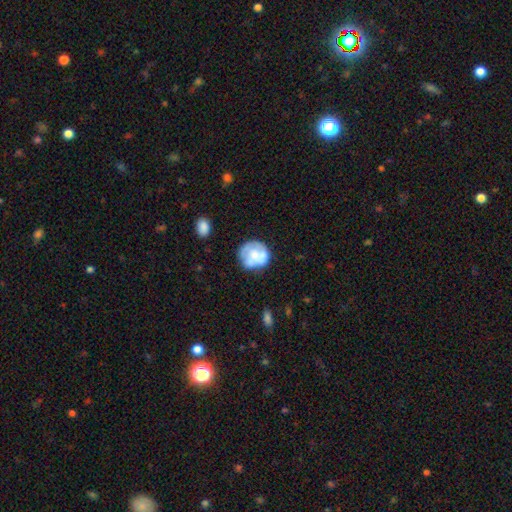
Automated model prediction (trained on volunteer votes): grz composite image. It shows a smooth galaxy with no disk features (52%) that is round (82%). Merging: none (56%).